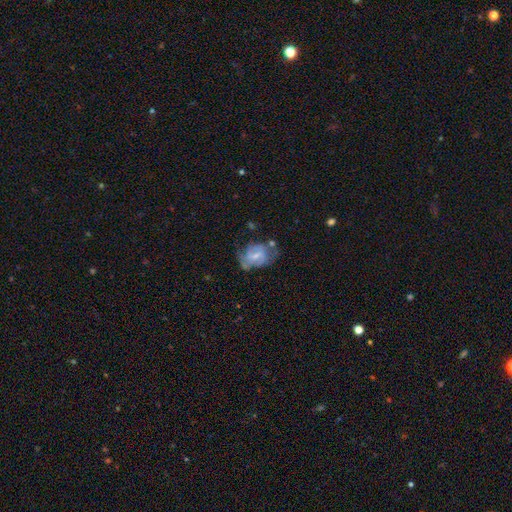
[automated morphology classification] Smooth or featured?
  - featured or disk: 64% *
  - smooth: 28%
  - star or artifact: 7%
Edge-on disk?
  - no: 97% *
  - yes: 3%
Bar?
  - weak: 52% *
  - no: 34%
  - strong: 14%
Spiral arms?
  - yes: 78% *
  - no: 22%
Bulge size?
  - small: 55% *
  - moderate: 34%
  - none: 8%
  - large: 2%
  - dominant: 1%
Merging?
  - none: 44% *
  - minor disturbance: 29%
  - major disturbance: 19%
  - merger: 8%